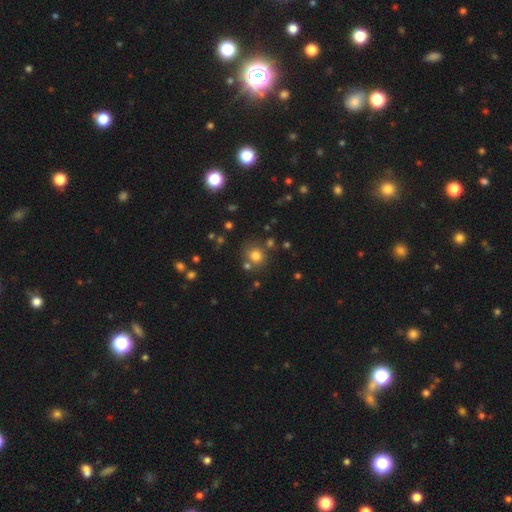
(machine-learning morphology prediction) Q: Smooth or featured?
A: smooth (75%); runner-up: star or artifact (16%)
Q: How rounded?
A: round (84%); runner-up: in between (15%)
Q: Merging?
A: none (73%); runner-up: merger (12%)